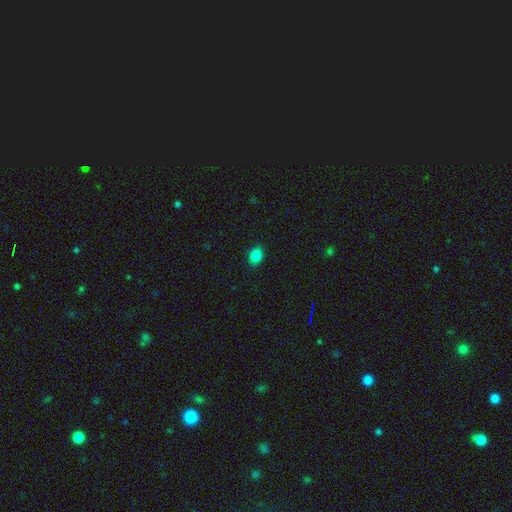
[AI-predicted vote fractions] Smooth or featured? smooth (86%)
How rounded? in between (63%)
Merging? none (89%)